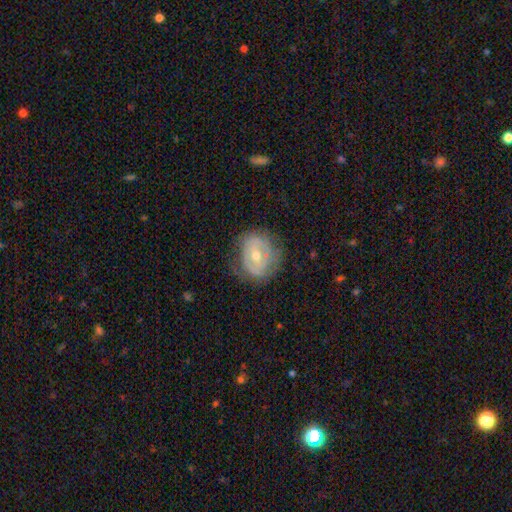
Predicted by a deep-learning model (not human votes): A featured or disk galaxy (60%) with no bar (56%), no spiral arms (52%) and a moderate central bulge (61%).

Vote fractions:
- Smooth or featured? featured or disk: 60% / smooth: 33% / star or artifact: 7%
- Edge-on disk? no: 96% / yes: 4%
- Bar? no: 56% / weak: 31% / strong: 13%
- Spiral arms? no: 52% / yes: 48%
- Bulge size? moderate: 61% / small: 35% / large: 2% / none: 1% / dominant: 1%
- Merging? none: 65% / minor disturbance: 23% / major disturbance: 11% / merger: 1%